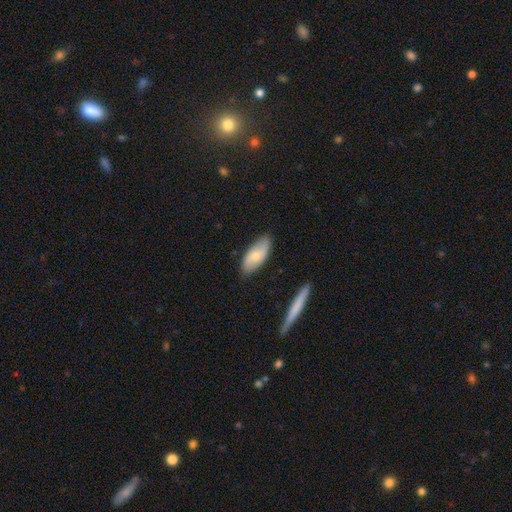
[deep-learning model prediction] smooth 66%, featured or disk 28%, star or artifact 6%. Down the decision tree: how rounded — in between (89%); merging — none (83%).